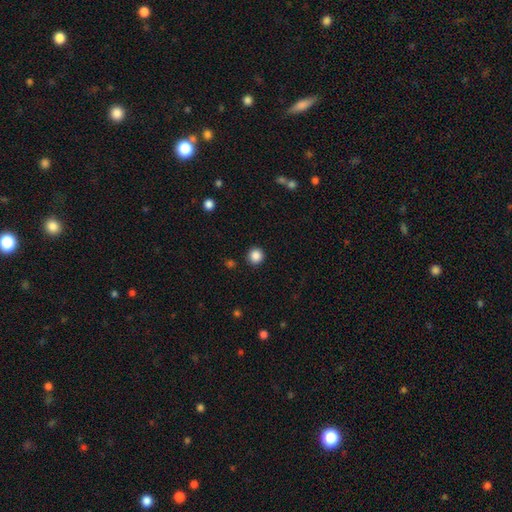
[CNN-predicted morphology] Smooth or featured: smooth — 87% (star or artifact — 11%)
How rounded: round — 94% (in between — 5%)
Merging: none — 92% (minor disturbance — 5%)